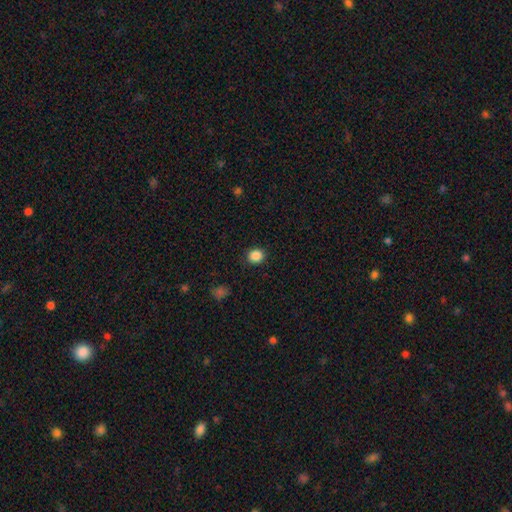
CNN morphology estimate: smooth-or-featured: smooth: 87% | star or artifact: 10% | featured or disk: 3%
  how-rounded: round: 83% | in between: 16% | cigar-shaped: 1%
  merging: none: 91% | minor disturbance: 6% | major disturbance: 2% | merger: 1%